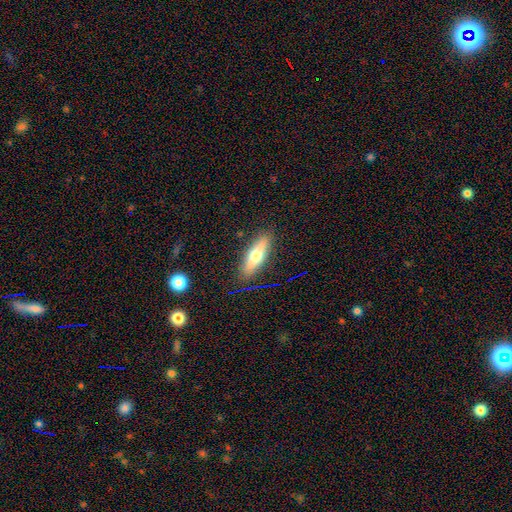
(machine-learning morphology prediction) Smooth or featured? Predicted: smooth (p=0.53). How rounded? Predicted: cigar-shaped (p=0.58). Merging? Predicted: none (p=0.87).